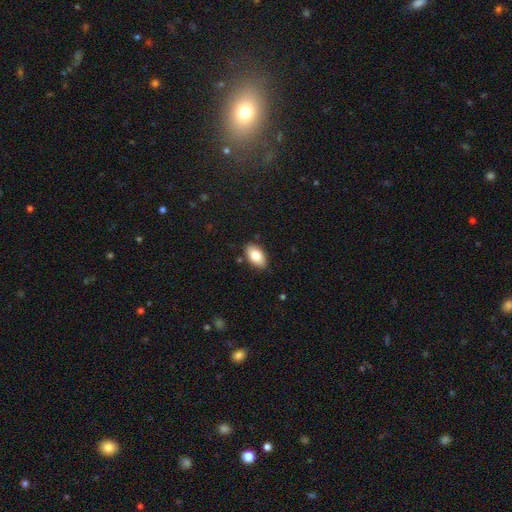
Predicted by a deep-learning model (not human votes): smooth-or-featured: smooth: 81% | featured or disk: 12% | star or artifact: 7%
  how-rounded: in between: 93% | round: 5% | cigar-shaped: 2%
  merging: none: 85% | minor disturbance: 11% | major disturbance: 2% | merger: 2%